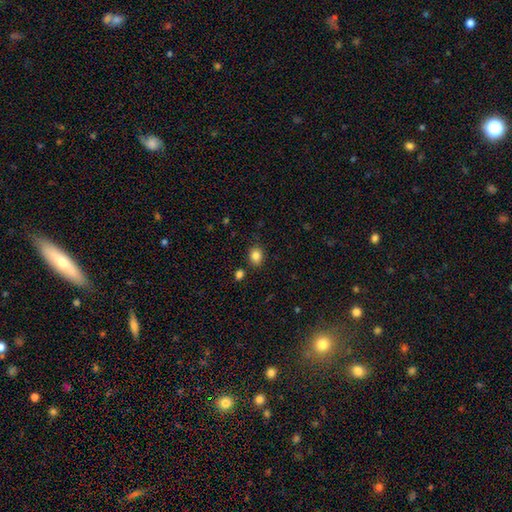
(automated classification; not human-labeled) Q: Smooth or featured?
A: smooth (85%); runner-up: star or artifact (10%)
Q: How rounded?
A: round (51%); runner-up: in between (48%)
Q: Merging?
A: none (82%); runner-up: minor disturbance (11%)